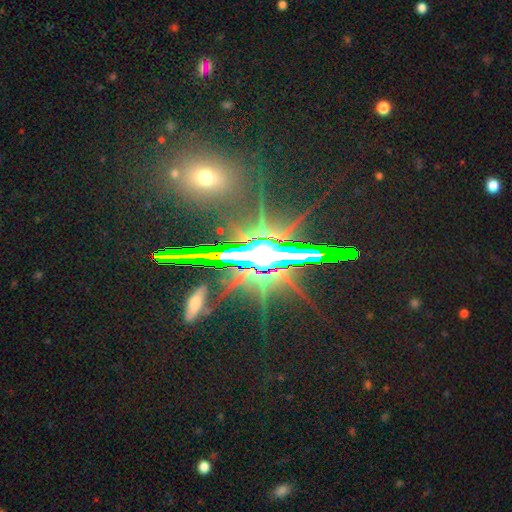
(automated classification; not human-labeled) A star or artifact, not a galaxy (69%).